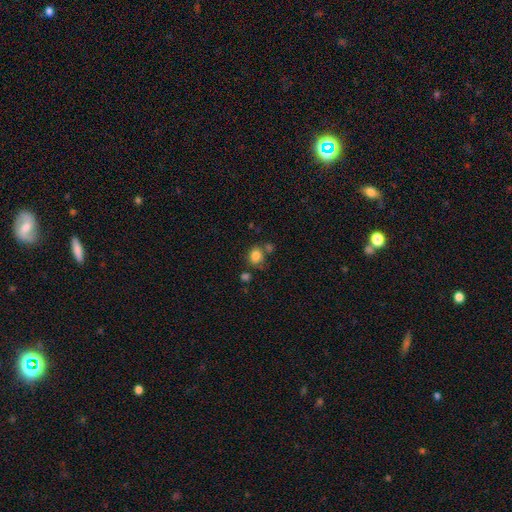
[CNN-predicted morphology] smooth 83%, star or artifact 11%, featured or disk 6%. Down the decision tree: how rounded — round (62%); merging — none (66%).